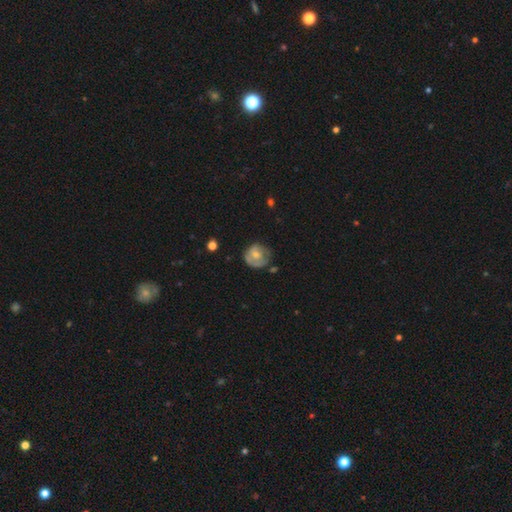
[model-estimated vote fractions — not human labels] Q: Smooth or featured?
A: smooth (48%); runner-up: featured or disk (45%)
Q: Merging?
A: none (53%); runner-up: minor disturbance (31%)